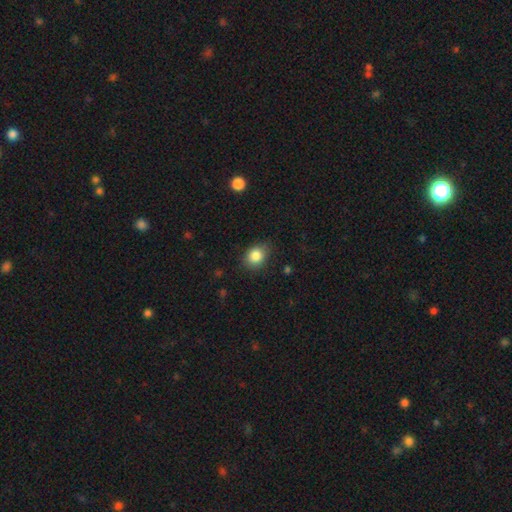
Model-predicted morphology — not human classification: smooth_or_featured: smooth (p=0.85) [alt: star or artifact p=0.10]
how_rounded: round (p=0.54) [alt: in between p=0.45]
merging: none (p=0.80) [alt: minor disturbance p=0.16]